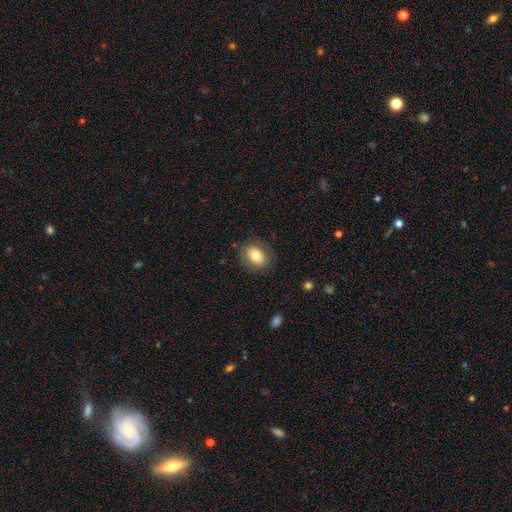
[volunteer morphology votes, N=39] smooth 74%, featured or disk 21%, star or artifact 5%. Down the decision tree: how rounded — in between (62%); merging — none (78%).